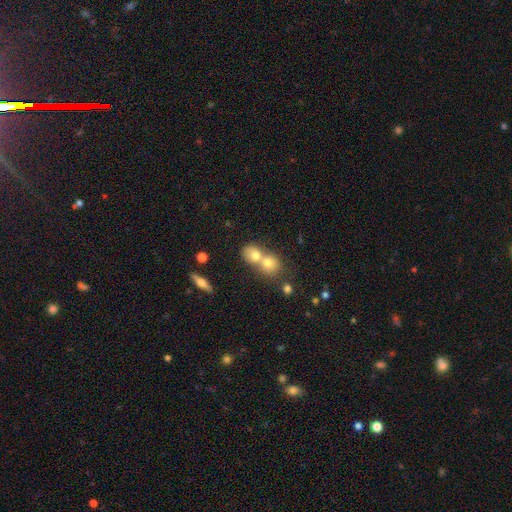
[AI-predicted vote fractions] Morphology: type=smooth (70%); roundness=round (61%); merging=merger (66%).